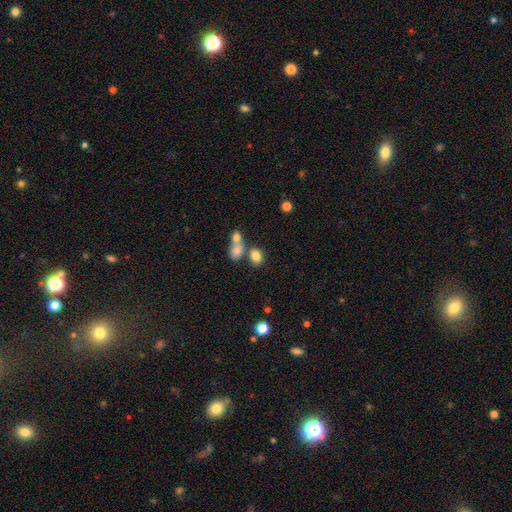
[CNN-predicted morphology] Q: Smooth or featured?
A: smooth (81%); runner-up: star or artifact (11%)
Q: How rounded?
A: in between (56%); runner-up: round (42%)
Q: Merging?
A: none (53%); runner-up: merger (32%)